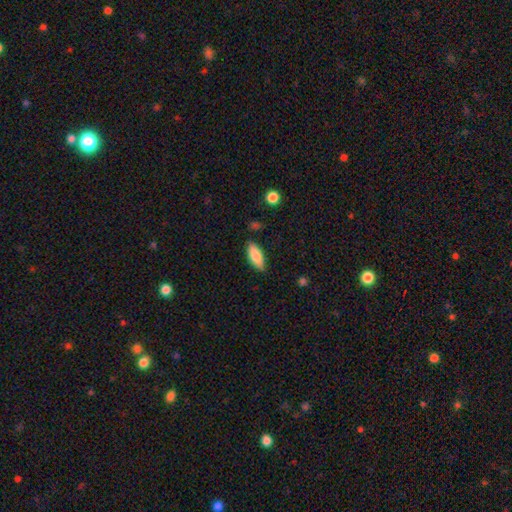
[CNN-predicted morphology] This is clearly a smooth galaxy (80%). How rounded: likely in between (71%). Merging: clearly none (84%).